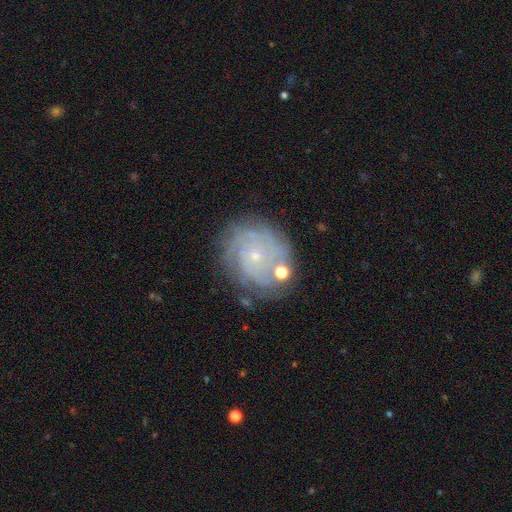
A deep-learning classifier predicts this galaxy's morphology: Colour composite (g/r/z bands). It shows a featured or disk galaxy (77%) with no bar (83%), tight (79%) spiral arms (92%) and a small central bulge (83%). Merging: none (75%).